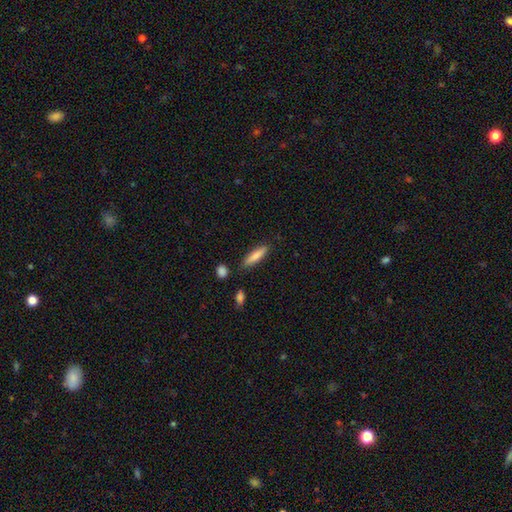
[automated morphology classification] Smooth or featured? Predicted: smooth (p=0.80). How rounded? Predicted: cigar-shaped (p=0.74). Merging? Predicted: none (p=0.84).